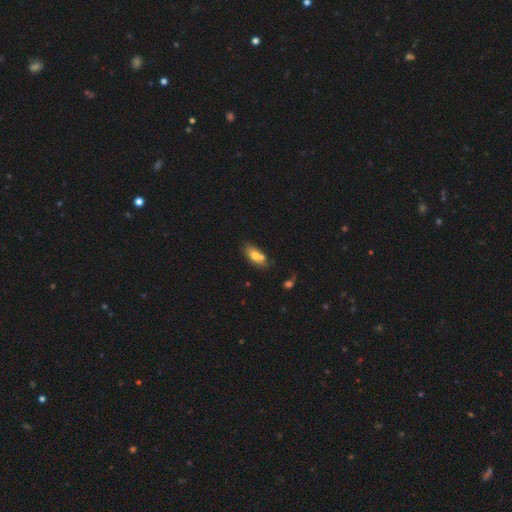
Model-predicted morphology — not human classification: This appears to be a smooth galaxy with no disk features (69%) that is in between round and cigar-shaped (82%). Merging: none (52%).